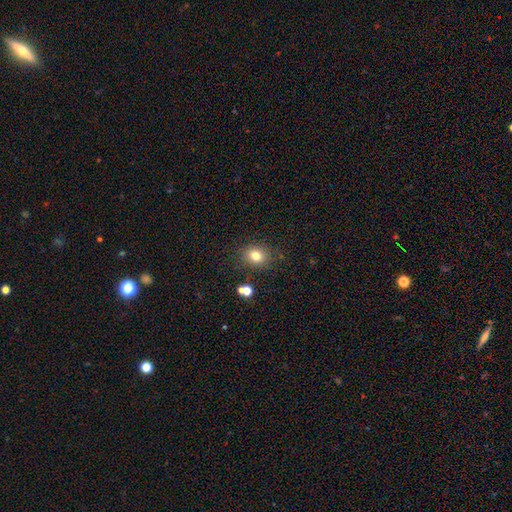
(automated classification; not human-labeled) This appears to be a smooth galaxy with no disk features (78%) that is round (67%). Merging: none (84%).